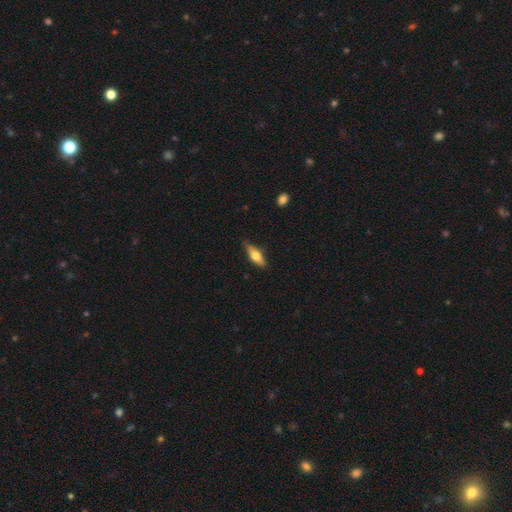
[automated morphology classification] Overall: smooth (62%; featured or disk 31%). How rounded: in between (58%; cigar-shaped 39%). Merging: none (78%).